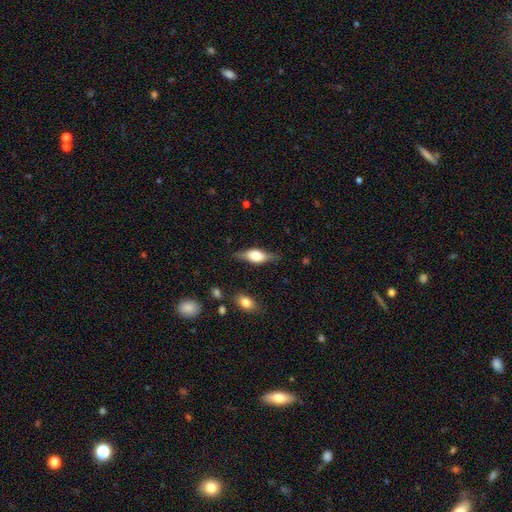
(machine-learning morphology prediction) Smooth or featured?
  - featured or disk: 51% *
  - smooth: 42%
  - star or artifact: 7%
Edge-on disk?
  - yes: 90% *
  - no: 10%
Merging?
  - none: 78% *
  - minor disturbance: 16%
  - major disturbance: 5%
  - merger: 2%